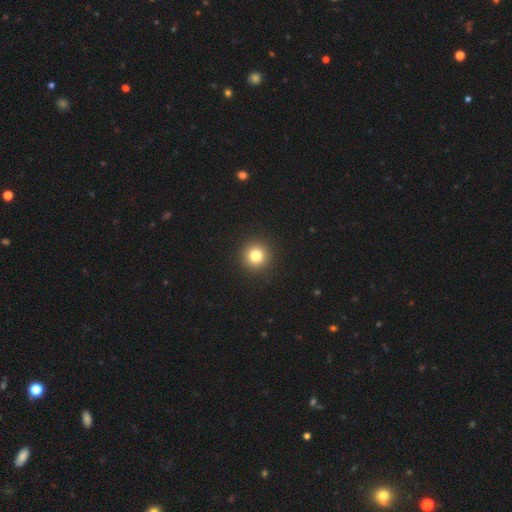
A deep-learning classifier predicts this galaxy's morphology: Smooth or featured?
  - smooth: 81% *
  - star or artifact: 12%
  - featured or disk: 7%
How rounded?
  - round: 95% *
  - in between: 4%
  - cigar-shaped: 1%
Merging?
  - none: 93% *
  - minor disturbance: 4%
  - major disturbance: 2%
  - merger: 1%